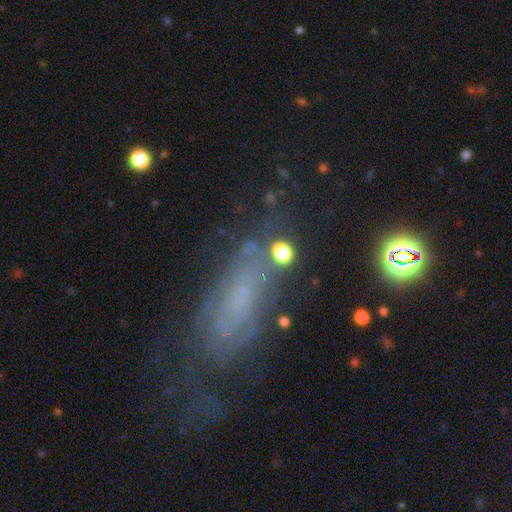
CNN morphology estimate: type=featured or disk (49%); merging=none (55%).